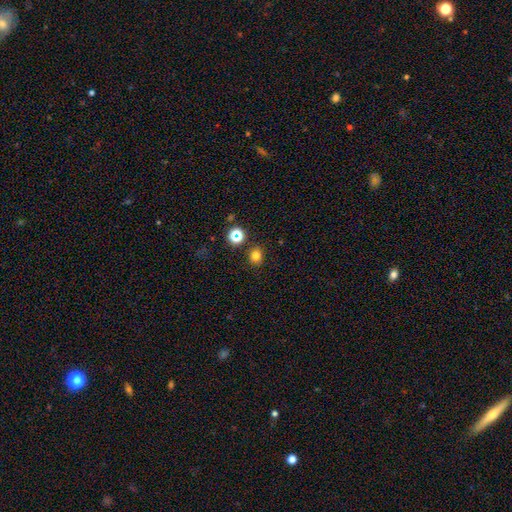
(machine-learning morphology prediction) This is likely a smooth galaxy (75%). How rounded: likely round (76%). Merging: clearly none (85%).